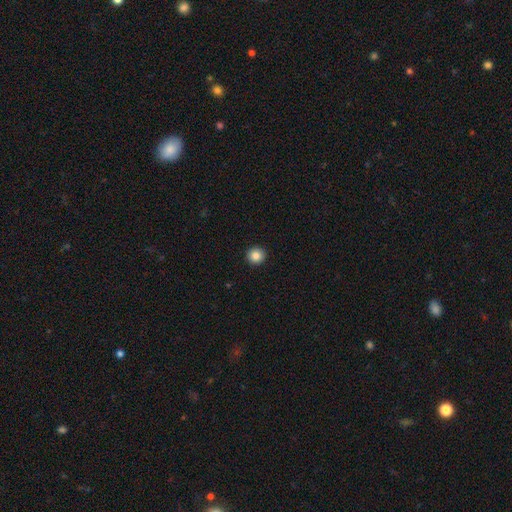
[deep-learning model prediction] smooth 86%, star or artifact 9%, featured or disk 5%. Down the decision tree: how rounded — round (93%); merging — none (93%).